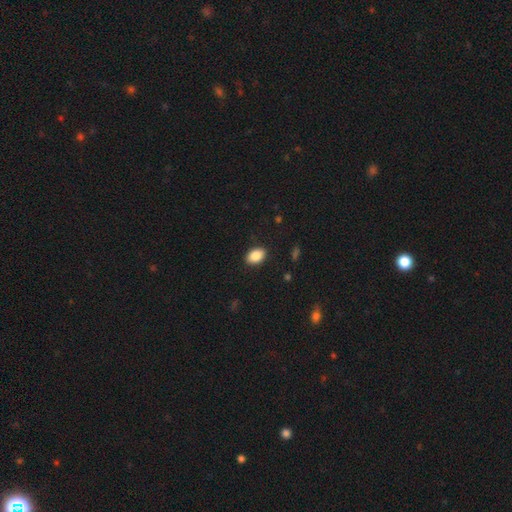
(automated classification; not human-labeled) Smooth or featured?
  - smooth: 89% *
  - star or artifact: 7%
  - featured or disk: 4%
How rounded?
  - in between: 87% *
  - round: 11%
  - cigar-shaped: 1%
Merging?
  - none: 89% *
  - minor disturbance: 8%
  - major disturbance: 2%
  - merger: 1%